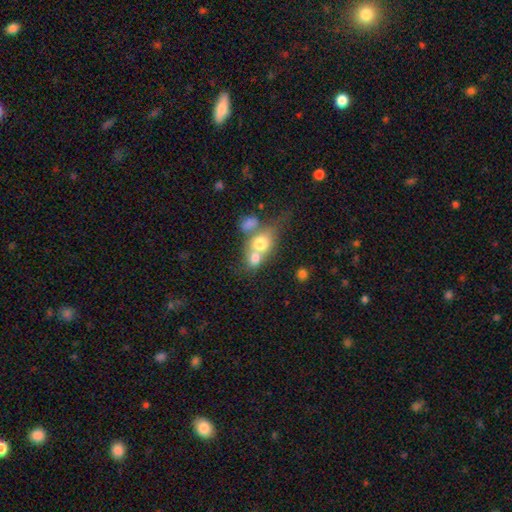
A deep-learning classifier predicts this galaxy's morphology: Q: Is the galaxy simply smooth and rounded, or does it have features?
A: smooth — 64%.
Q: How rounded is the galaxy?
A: round — 52%.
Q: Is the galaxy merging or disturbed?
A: merger — 65%.